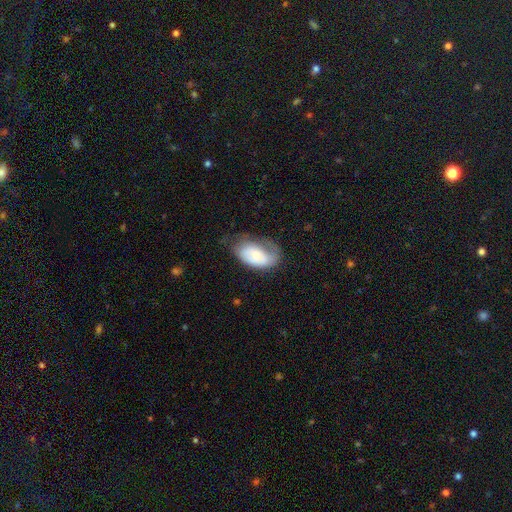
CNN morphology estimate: A smooth galaxy with no disk features (57%) that is in between round and cigar-shaped (92%).

Vote fractions:
- Smooth or featured? smooth: 57% / featured or disk: 37% / star or artifact: 7%
- How rounded? in between: 92% / round: 6% / cigar-shaped: 2%
- Merging? none: 40% / minor disturbance: 34% / major disturbance: 24% / merger: 2%